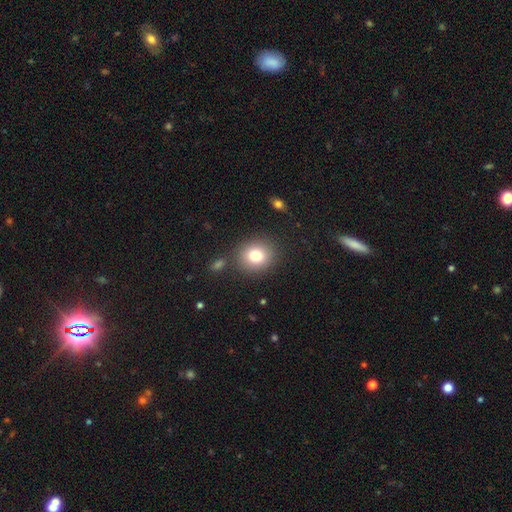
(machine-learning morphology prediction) Q: Smooth or featured?
A: smooth (78%); runner-up: star or artifact (11%)
Q: How rounded?
A: round (75%); runner-up: in between (24%)
Q: Merging?
A: none (83%); runner-up: minor disturbance (9%)